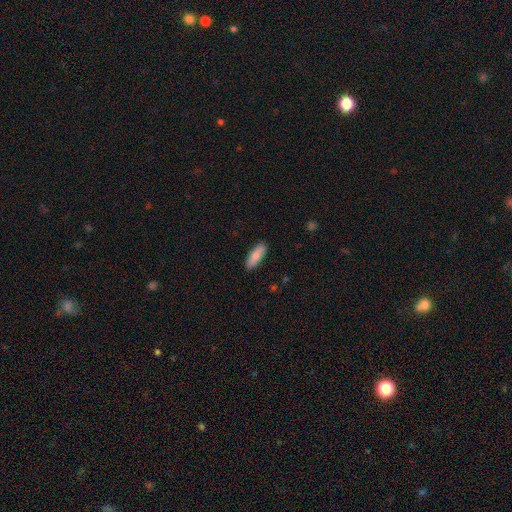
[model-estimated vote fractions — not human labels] This is clearly a smooth galaxy (81%). How rounded: likely in between (61%). Merging: clearly none (88%).